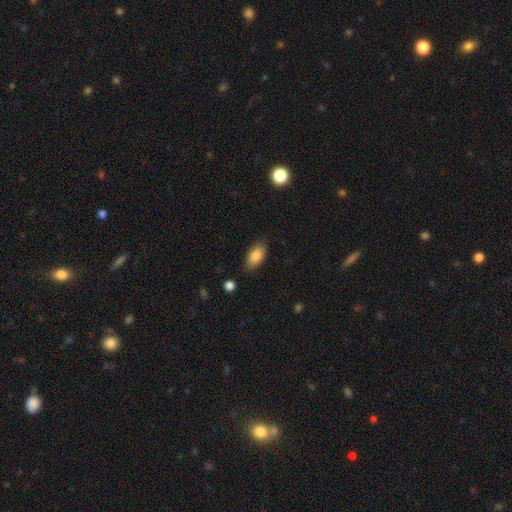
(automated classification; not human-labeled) Smooth or featured: smooth — 86% (star or artifact — 7%)
How rounded: in between — 92% (cigar-shaped — 4%)
Merging: none — 83% (minor disturbance — 13%)